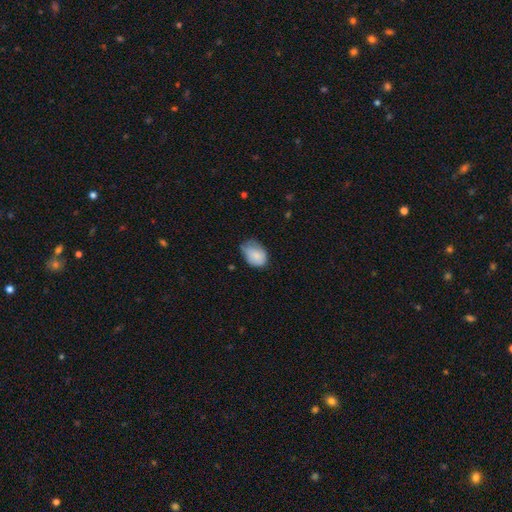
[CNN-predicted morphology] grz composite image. It shows a smooth galaxy with no disk features (82%) that is in between round and cigar-shaped (75%). Merging: minor disturbance (44%).